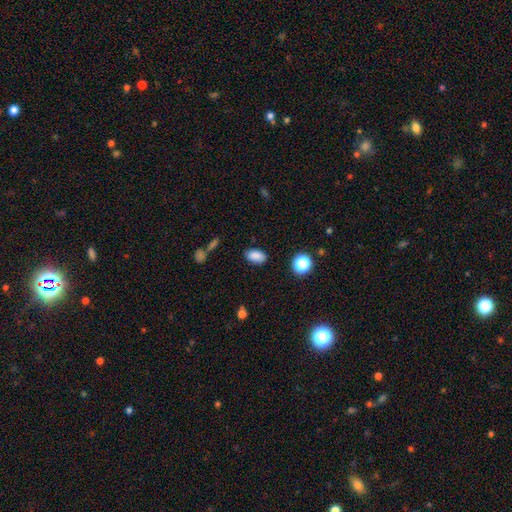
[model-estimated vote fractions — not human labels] smooth_or_featured: smooth (p=0.86) [alt: star or artifact p=0.10]
how_rounded: in between (p=0.91) [alt: round p=0.07]
merging: none (p=0.85) [alt: minor disturbance p=0.11]